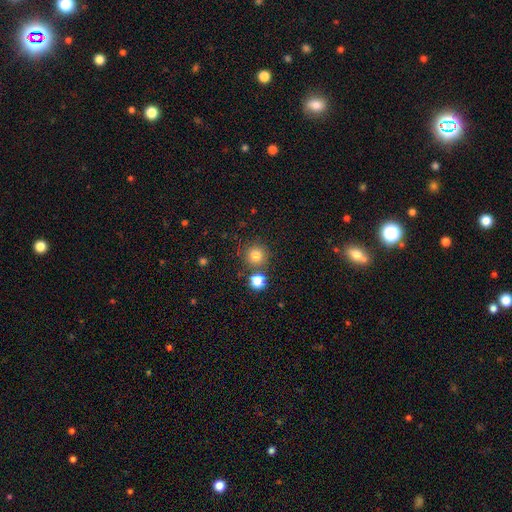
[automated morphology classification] smooth 80%, star or artifact 14%, featured or disk 7%. Down the decision tree: how rounded — round (94%); merging — none (77%).